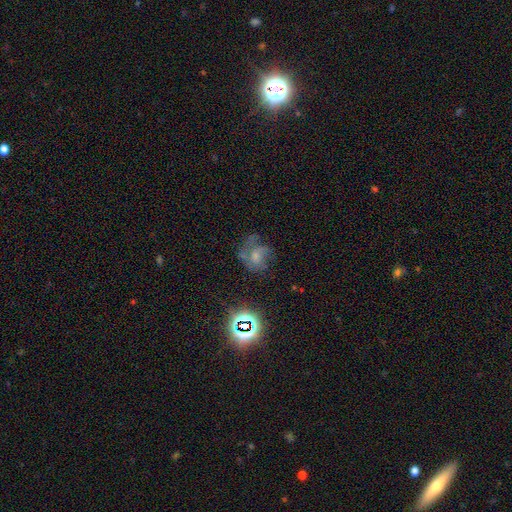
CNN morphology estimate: featured or disk 45%, smooth 35%, star or artifact 20%. Down the decision tree: merging — none (39%).